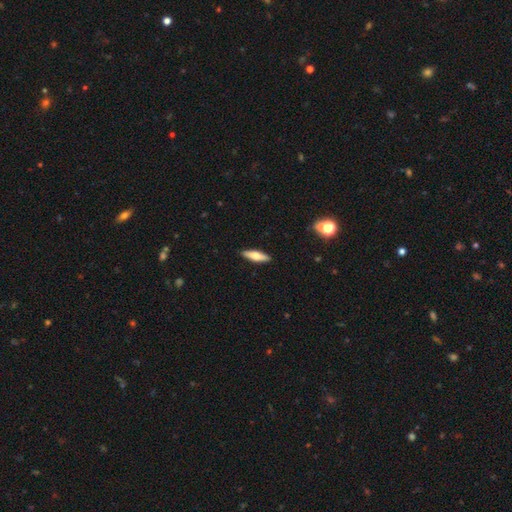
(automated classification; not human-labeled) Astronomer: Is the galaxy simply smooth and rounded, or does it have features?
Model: smooth — 58% (runner-up: featured or disk, 35%).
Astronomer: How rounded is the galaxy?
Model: cigar-shaped — 58% (runner-up: in between, 40%).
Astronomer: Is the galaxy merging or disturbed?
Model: none — 90%.